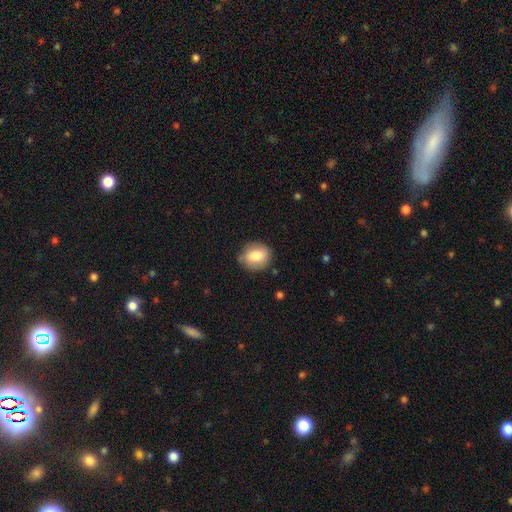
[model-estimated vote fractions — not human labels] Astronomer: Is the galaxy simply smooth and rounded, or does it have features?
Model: smooth — 80%.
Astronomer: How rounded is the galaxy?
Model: round — 61% (runner-up: in between, 38%).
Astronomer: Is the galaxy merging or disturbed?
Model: none — 79%.